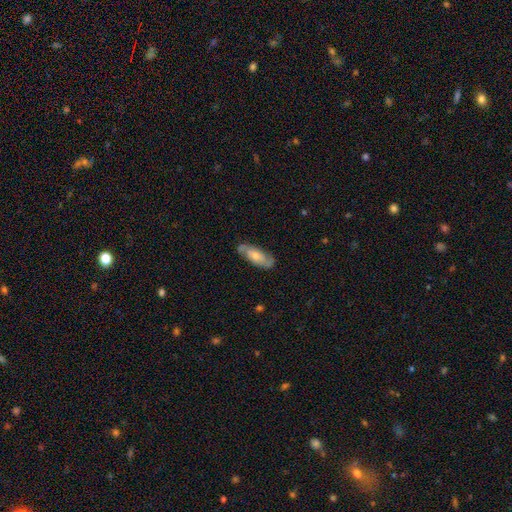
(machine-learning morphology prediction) smooth_or_featured: featured or disk (p=0.52) [alt: smooth p=0.42]
disk_edge_on: no (p=0.84) [alt: yes p=0.16]
merging: none (p=0.75) [alt: minor disturbance p=0.18]